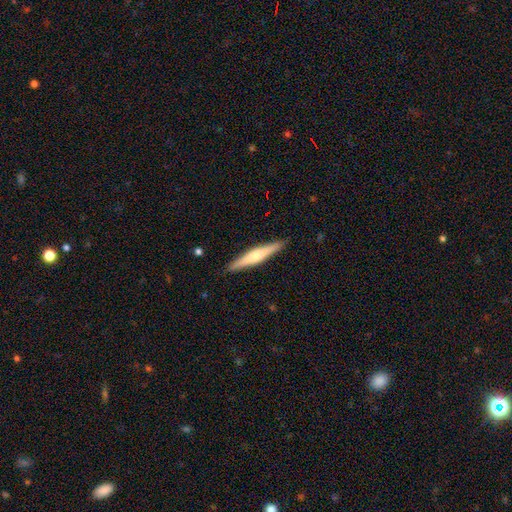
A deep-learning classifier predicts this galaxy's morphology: featured or disk 53%, smooth 42%, star or artifact 5%. Down the decision tree: edge-on disk — yes (97%); edge-on bulge — rounded (67%); merging — none (91%).